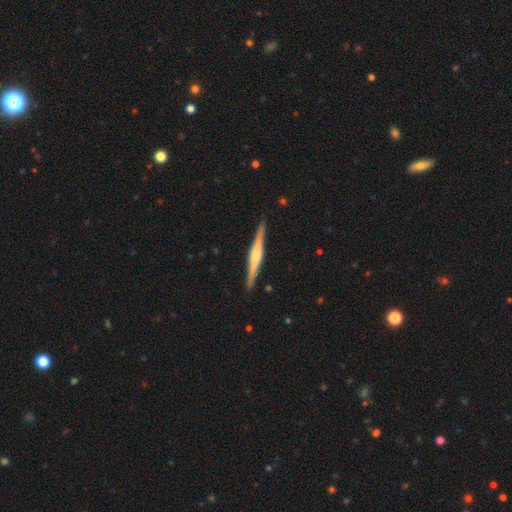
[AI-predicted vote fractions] Smooth or featured: featured or disk — 77% (smooth — 18%)
Edge-on disk: yes — 98% (no — 2%)
Edge-on bulge: rounded — 68% (boxy — 24%)
Merging: none — 91% (minor disturbance — 7%)